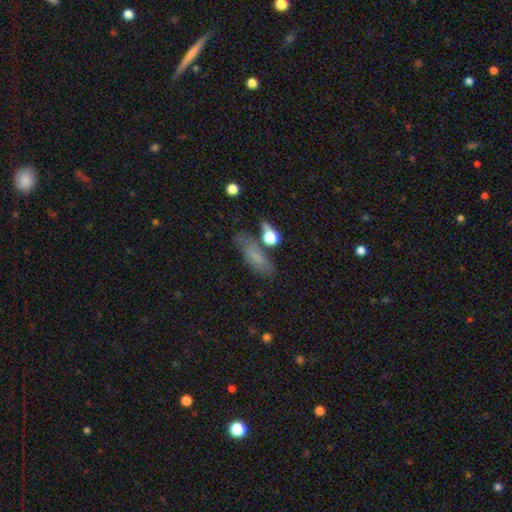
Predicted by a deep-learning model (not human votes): smooth-or-featured: smooth: 65% | featured or disk: 22% | star or artifact: 13%
  how-rounded: in between: 58% | cigar-shaped: 35% | round: 7%
  merging: none: 61% | minor disturbance: 20% | major disturbance: 9% | merger: 9%